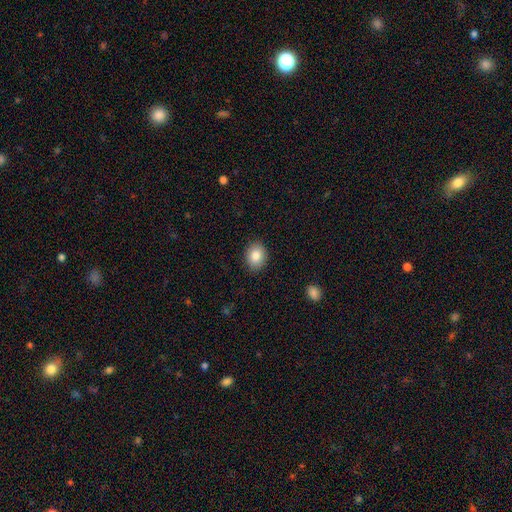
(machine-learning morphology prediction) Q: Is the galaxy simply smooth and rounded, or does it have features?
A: smooth — 85%.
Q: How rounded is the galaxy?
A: in between — 56%.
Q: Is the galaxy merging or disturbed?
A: none — 89%.